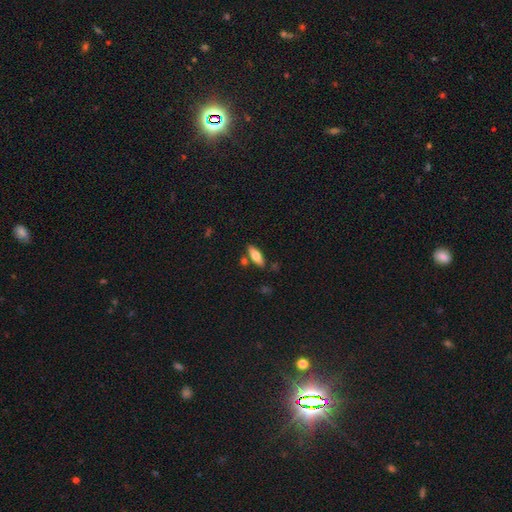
Smooth or featured: smooth — 65% (featured or disk — 27%)
How rounded: in between — 58% (cigar-shaped — 42%)
Merging: none — 91% (minor disturbance — 6%)